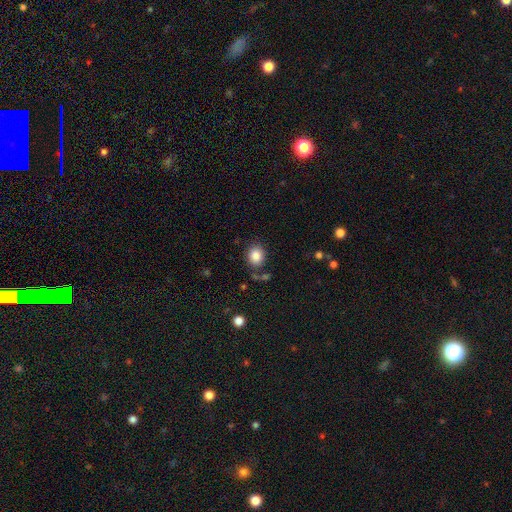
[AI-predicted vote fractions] smooth_or_featured: smooth (p=0.86) [alt: star or artifact p=0.09]
how_rounded: round (p=0.67) [alt: in between p=0.32]
merging: none (p=0.78) [alt: minor disturbance p=0.12]